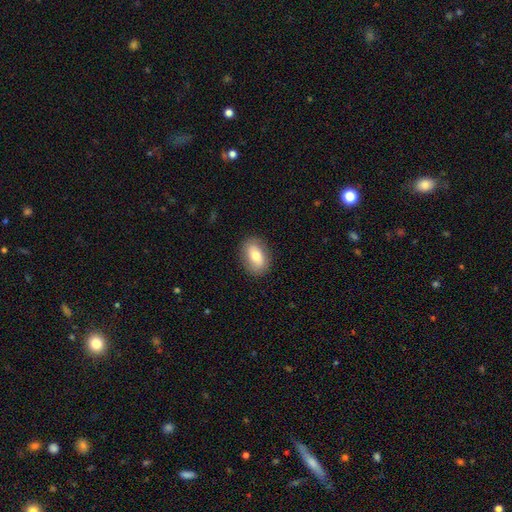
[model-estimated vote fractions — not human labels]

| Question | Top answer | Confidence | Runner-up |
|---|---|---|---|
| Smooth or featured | smooth | 70% | featured or disk (22%) |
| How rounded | in between | 81% | round (18%) |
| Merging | none | 85% | minor disturbance (11%) |